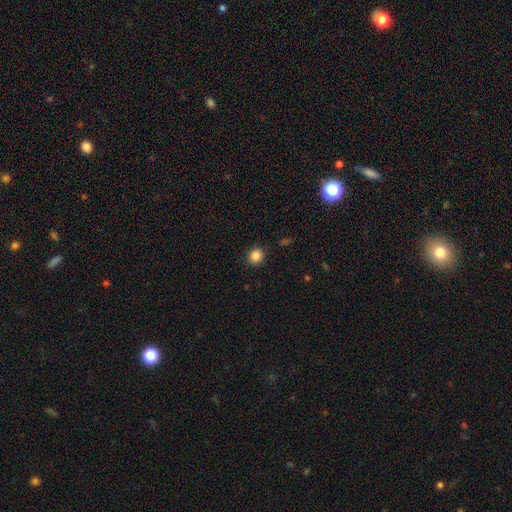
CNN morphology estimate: A smooth galaxy with no disk features (86%) that is round (83%).

Vote fractions:
- Smooth or featured? smooth: 86% / star or artifact: 11% / featured or disk: 3%
- How rounded? round: 83% / in between: 16% / cigar-shaped: 1%
- Merging? none: 89% / minor disturbance: 8% / major disturbance: 2% / merger: 1%